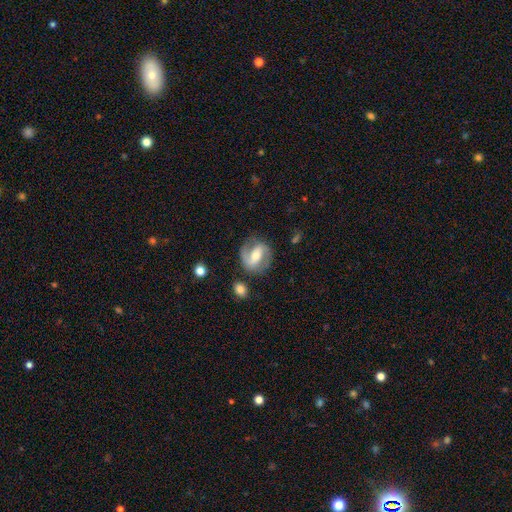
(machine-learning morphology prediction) This appears to be a featured or disk galaxy (76%) with a strong bar (44%), 2 (85%) medium (47%) spiral arms (88%) and a moderate central bulge (63%). Merging: none (77%).